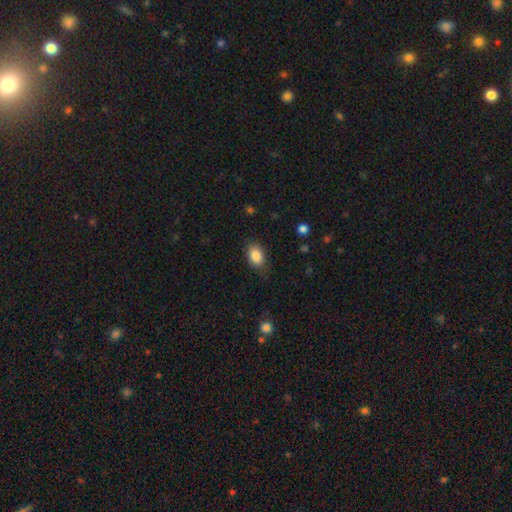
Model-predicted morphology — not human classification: The model was most divided on "merging": none: 76%, minor disturbance: 18%, major disturbance: 5%, merger: 1%. More confident: smooth or featured — smooth (86%); how rounded — in between (86%).